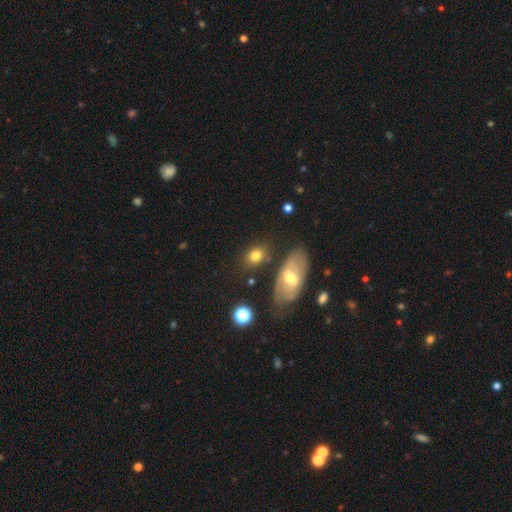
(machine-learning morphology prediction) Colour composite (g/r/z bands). It shows a smooth galaxy with no disk features (76%) that is in between round and cigar-shaped (70%). Merging: none (70%).